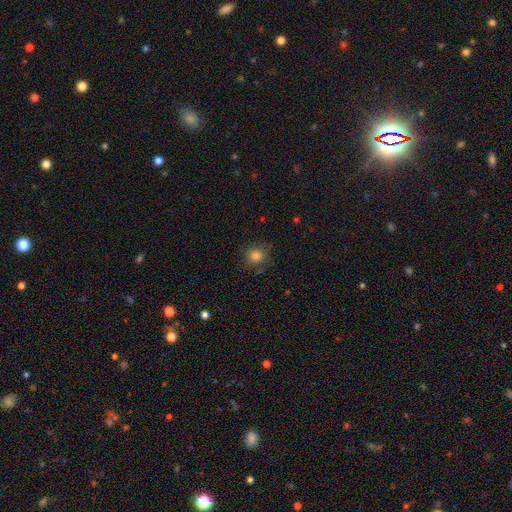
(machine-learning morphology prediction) The model was most divided on "merging": none: 79%, minor disturbance: 15%, major disturbance: 5%, merger: 2%. More confident: how rounded — round (86%); smooth or featured — smooth (82%).